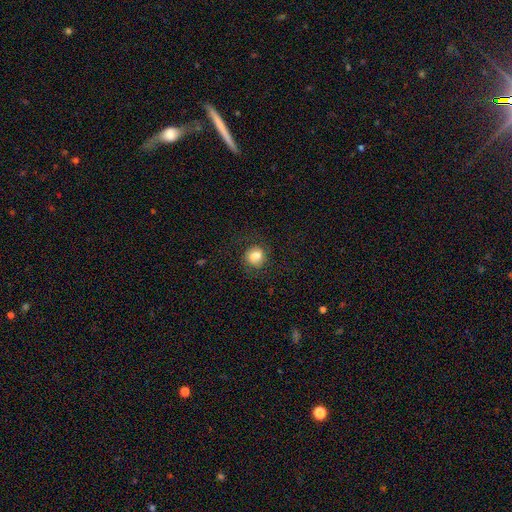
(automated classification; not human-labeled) smooth_or_featured: smooth (p=0.80) [alt: star or artifact p=0.10]
how_rounded: round (p=0.75) [alt: in between p=0.24]
merging: none (p=0.78) [alt: minor disturbance p=0.14]